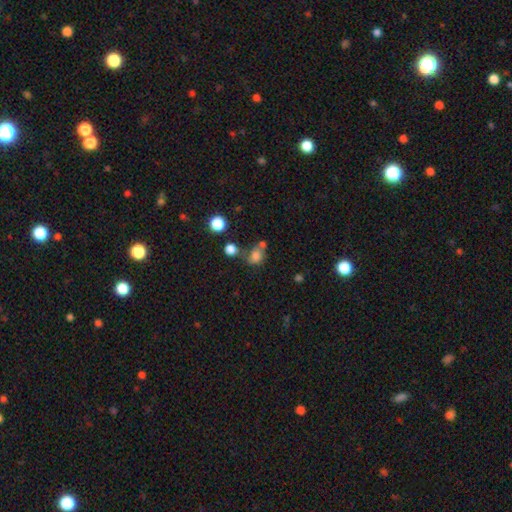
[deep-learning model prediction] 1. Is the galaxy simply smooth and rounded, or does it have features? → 72% smooth, 15% star or artifact, 12% featured or disk.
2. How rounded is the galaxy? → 59% round, 40% in between, 1% cigar-shaped.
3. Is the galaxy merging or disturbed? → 43% none, 28% merger, 18% minor disturbance, 11% major disturbance.